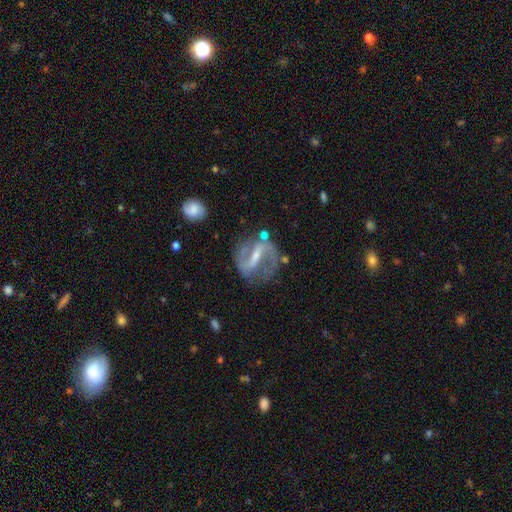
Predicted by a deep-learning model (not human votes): Smooth or featured: featured or disk — 85% (smooth — 9%)
Edge-on disk: no — 95% (yes — 5%)
Bar: strong — 63% (weak — 29%)
Spiral arms: yes — 90% (no — 10%)
Spiral winding: medium — 51% (loose — 28%)
Spiral arm count: 2 — 88% (can't tell — 6%)
Bulge size: small — 51% (moderate — 32%)
Merging: none — 68% (minor disturbance — 17%)